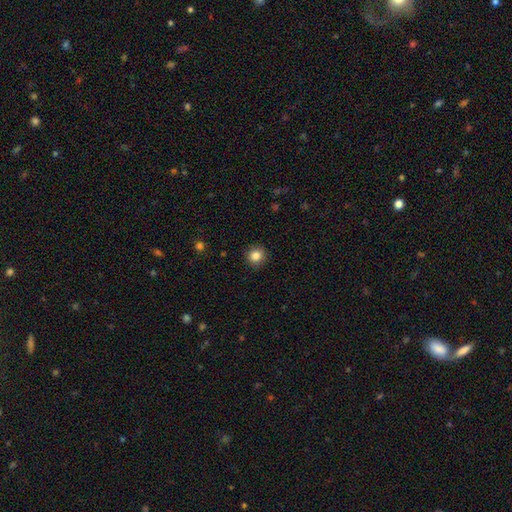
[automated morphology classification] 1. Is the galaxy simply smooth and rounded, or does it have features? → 84% smooth, 11% star or artifact, 5% featured or disk.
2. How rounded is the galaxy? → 93% round, 6% in between, 1% cigar-shaped.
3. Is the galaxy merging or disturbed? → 91% none, 6% minor disturbance, 2% major disturbance, 1% merger.